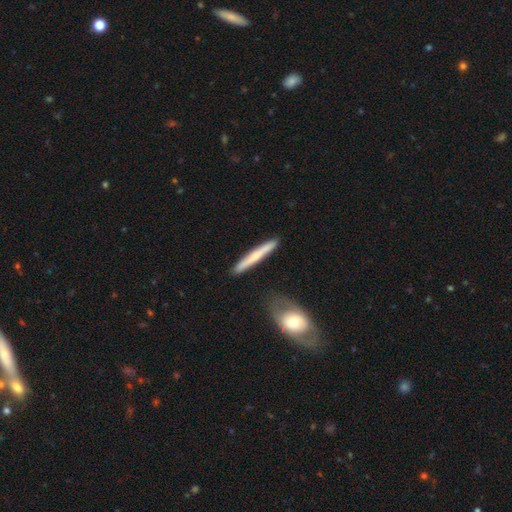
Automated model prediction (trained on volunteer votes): This is possibly a smooth galaxy (51%). How rounded: clearly cigar-shaped (95%). Merging: clearly none (87%).